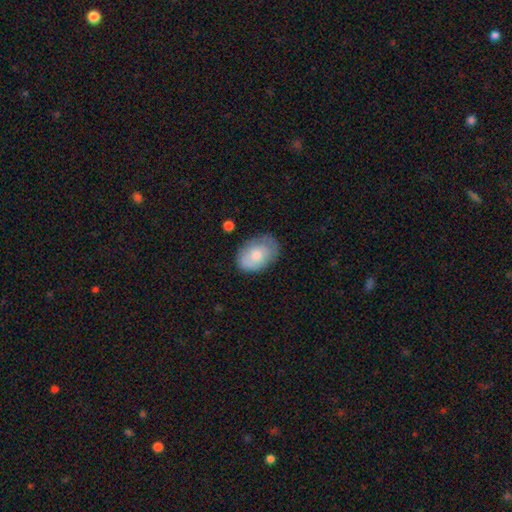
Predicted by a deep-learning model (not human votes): Smooth or featured? Predicted: smooth (p=0.72). How rounded? Predicted: in between (p=0.84). Merging? Predicted: none (p=0.71).